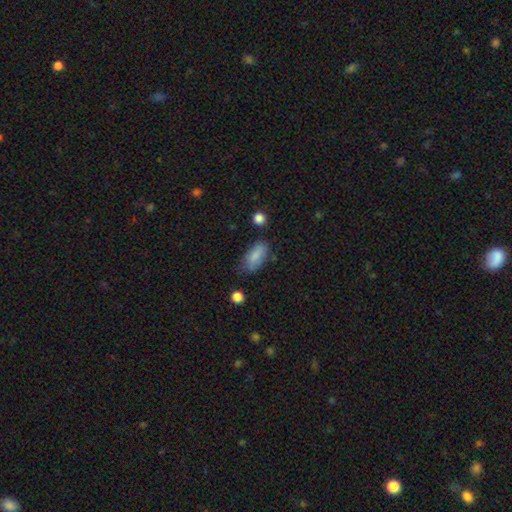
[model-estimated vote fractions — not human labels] This is clearly a smooth galaxy (84%). How rounded: clearly in between (85%). Merging: likely none (67%).